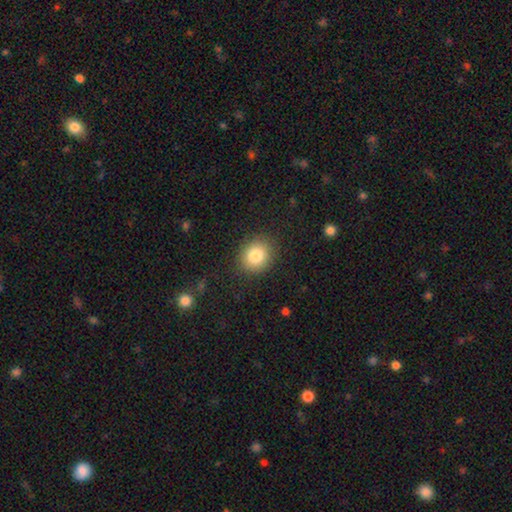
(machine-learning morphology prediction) A smooth galaxy with no disk features (83%) that is round (71%). Merging: none (87%).